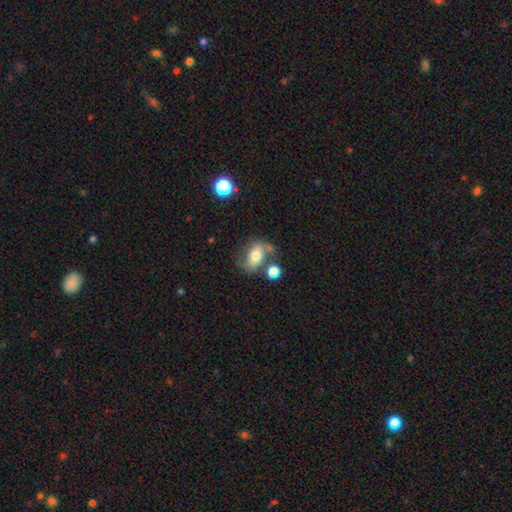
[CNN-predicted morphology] smooth 58%, featured or disk 32%, star or artifact 10%. Down the decision tree: how rounded — in between (80%); merging — none (52%).